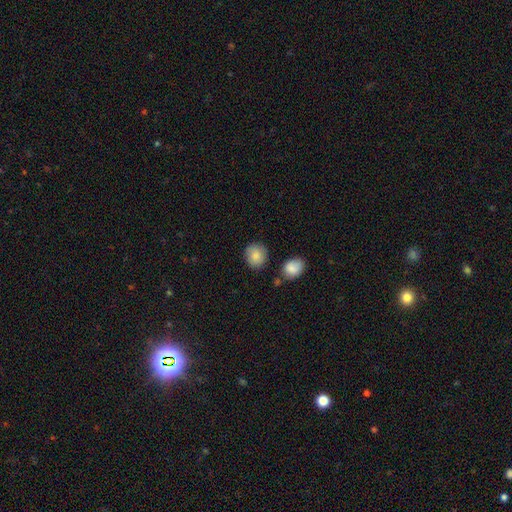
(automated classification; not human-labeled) Q: Smooth or featured?
A: smooth (87%); runner-up: star or artifact (7%)
Q: How rounded?
A: round (77%); runner-up: in between (22%)
Q: Merging?
A: none (81%); runner-up: minor disturbance (12%)